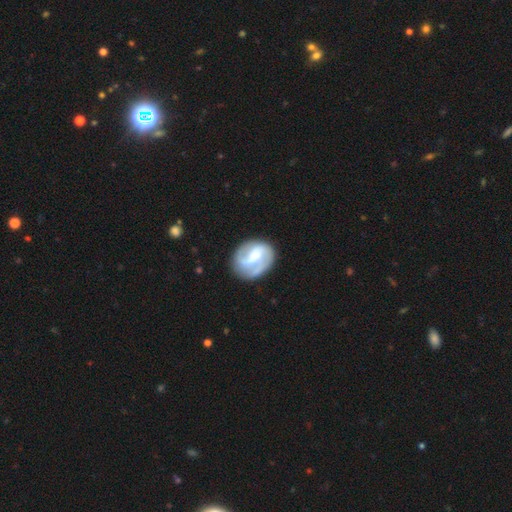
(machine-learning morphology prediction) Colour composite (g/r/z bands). It shows a featured or disk galaxy (73%) with a weak bar (45%), 2 (63%) medium (44%) spiral arms (89%) and a small central bulge (42%). Merging: none (68%).